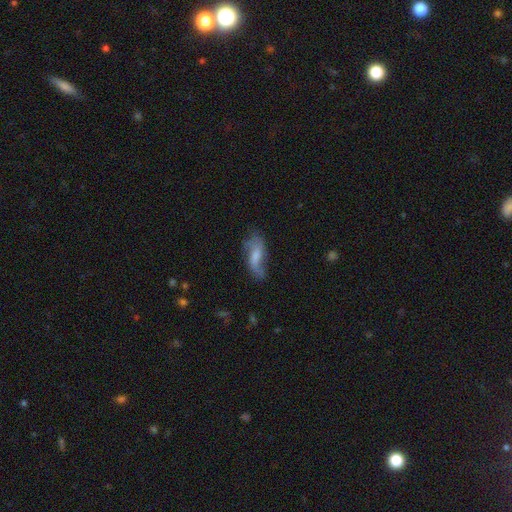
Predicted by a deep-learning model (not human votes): smooth-or-featured: featured or disk: 55% | smooth: 38% | star or artifact: 8%
  disk-edge-on: no: 89% | yes: 11%
  merging: none: 52% | minor disturbance: 28% | major disturbance: 17% | merger: 3%